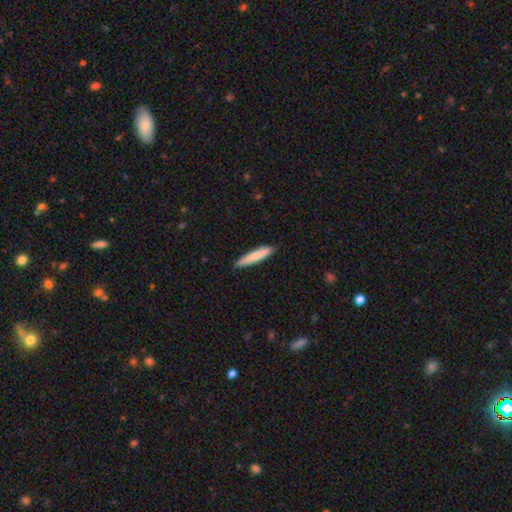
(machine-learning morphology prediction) Overall: smooth (80%). How rounded: cigar-shaped (91%). Merging: none (88%).